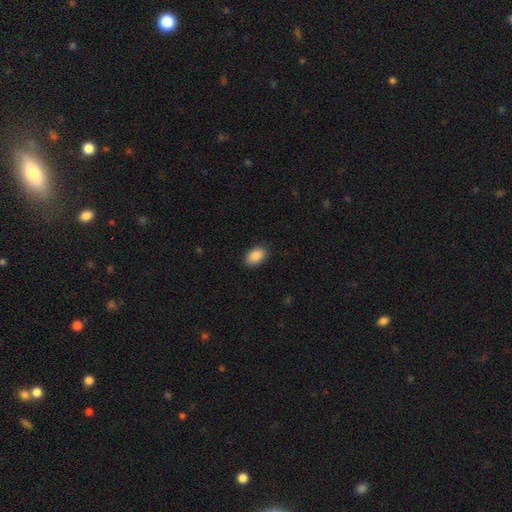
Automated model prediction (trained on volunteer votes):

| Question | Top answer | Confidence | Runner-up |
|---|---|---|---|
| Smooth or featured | smooth | 89% | star or artifact (7%) |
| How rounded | in between | 91% | round (8%) |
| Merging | none | 87% | minor disturbance (10%) |